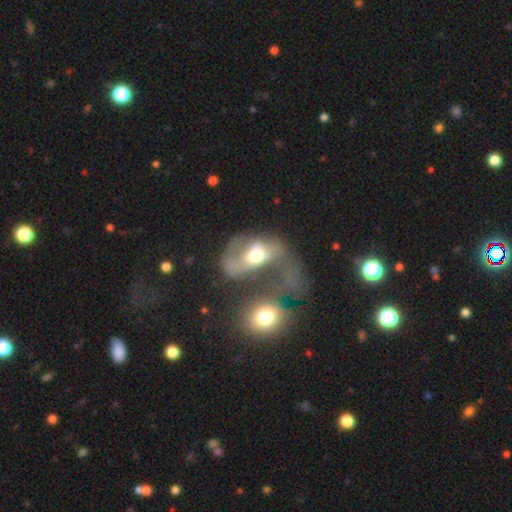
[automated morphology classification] The model was most divided on "merging": merger: 44%, major disturbance: 38%, none: 11%, minor disturbance: 7%. More confident: edge-on disk — no (94%); smooth or featured — featured or disk (61%); bulge size — moderate (59%); spiral arms — yes (58%); bar — no (55%).